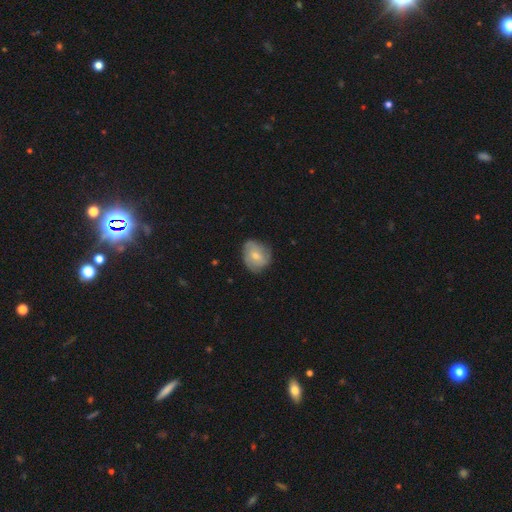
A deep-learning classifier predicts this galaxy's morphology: Smooth or featured? smooth (52%)
How rounded? round (58%)
Merging? none (66%)